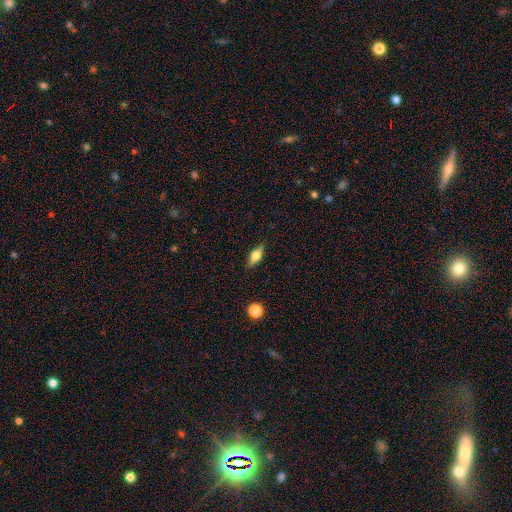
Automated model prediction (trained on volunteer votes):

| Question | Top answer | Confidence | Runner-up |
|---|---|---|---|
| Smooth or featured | smooth | 50% | featured or disk (43%) |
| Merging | none | 86% | minor disturbance (10%) |